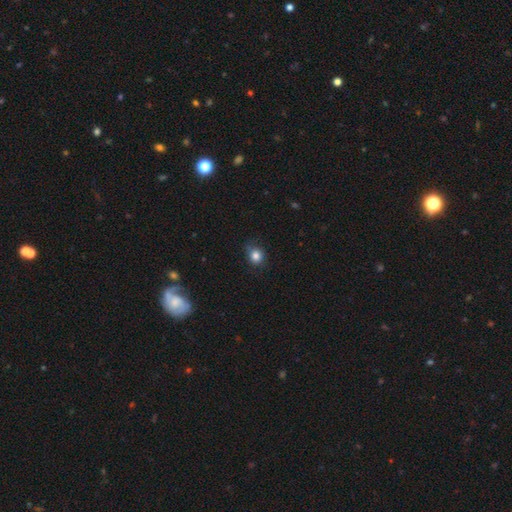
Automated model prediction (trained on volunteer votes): Smooth or featured? Predicted: smooth (p=0.83). How rounded? Predicted: round (p=0.80). Merging? Predicted: none (p=0.76).